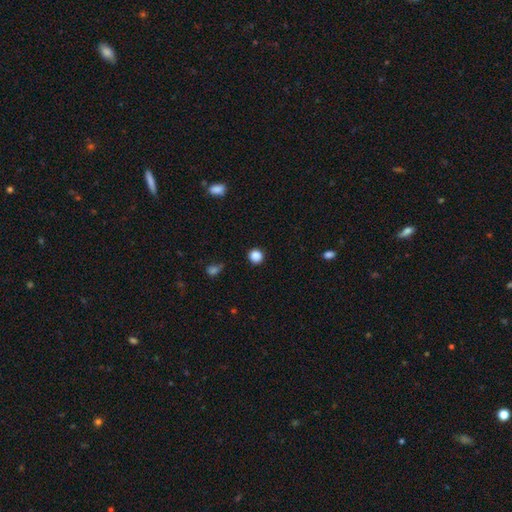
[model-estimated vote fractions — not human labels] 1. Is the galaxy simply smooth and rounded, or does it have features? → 86% smooth, 11% star or artifact, 3% featured or disk.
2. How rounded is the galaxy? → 92% round, 7% in between, 1% cigar-shaped.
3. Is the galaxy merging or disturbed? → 89% none, 7% minor disturbance, 2% major disturbance, 2% merger.